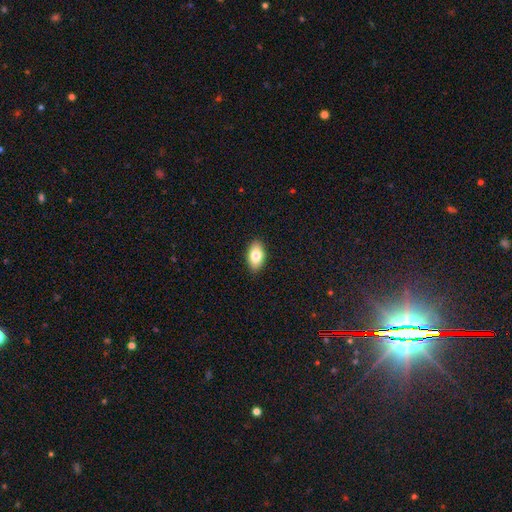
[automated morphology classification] Q: Smooth or featured?
A: smooth (81%); runner-up: featured or disk (12%)
Q: How rounded?
A: in between (93%); runner-up: round (5%)
Q: Merging?
A: none (89%); runner-up: minor disturbance (8%)